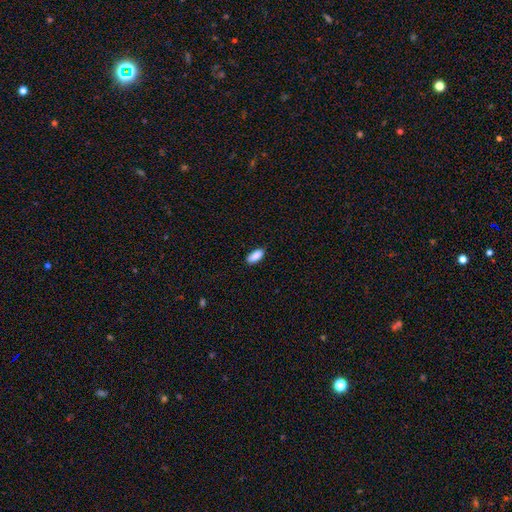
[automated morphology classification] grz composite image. It shows a smooth galaxy with no disk features (90%) that is in between round and cigar-shaped (87%). Merging: none (85%).